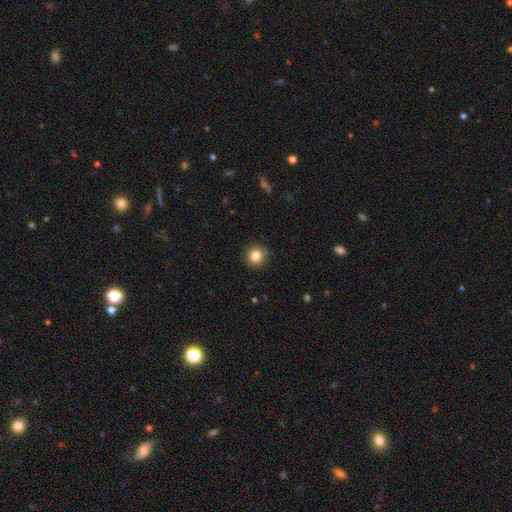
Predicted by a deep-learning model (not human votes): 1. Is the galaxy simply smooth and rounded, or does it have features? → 84% smooth, 11% star or artifact, 5% featured or disk.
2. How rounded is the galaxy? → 93% round, 6% in between, 1% cigar-shaped.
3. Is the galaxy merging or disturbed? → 89% none, 8% minor disturbance, 2% major disturbance, 1% merger.